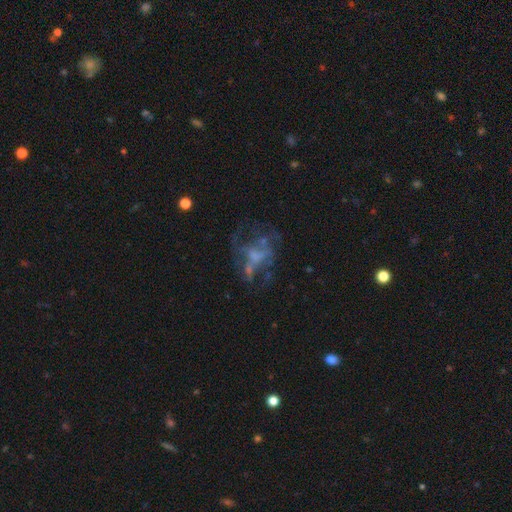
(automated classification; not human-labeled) Smooth or featured?
  - featured or disk: 61% *
  - star or artifact: 21%
  - smooth: 19%
Edge-on disk?
  - no: 96% *
  - yes: 4%
Bar?
  - no: 77% *
  - weak: 18%
  - strong: 5%
Spiral arms?
  - no: 78% *
  - yes: 22%
Bulge size?
  - none: 52% *
  - small: 25%
  - moderate: 19%
  - large: 3%
  - dominant: 1%
Merging?
  - none: 43% *
  - major disturbance: 34%
  - minor disturbance: 15%
  - merger: 8%